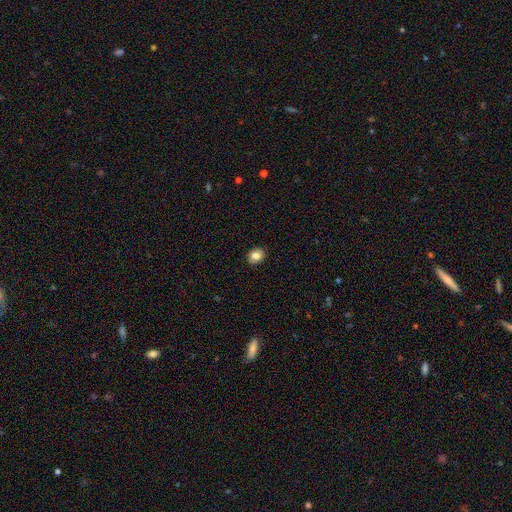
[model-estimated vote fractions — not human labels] Smooth or featured?
  - smooth: 83% *
  - star or artifact: 9%
  - featured or disk: 8%
How rounded?
  - in between: 57% *
  - round: 42%
  - cigar-shaped: 1%
Merging?
  - none: 87% *
  - minor disturbance: 10%
  - major disturbance: 2%
  - merger: 1%